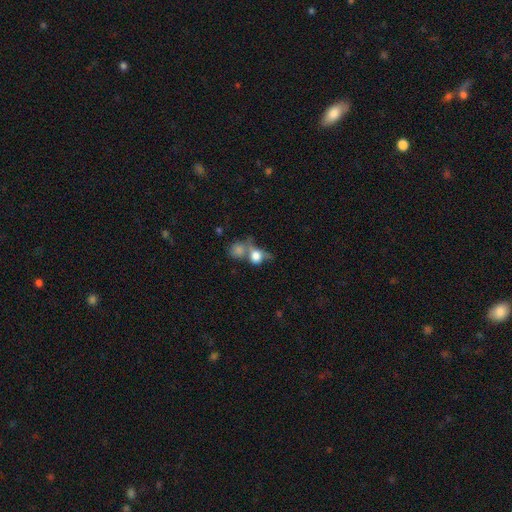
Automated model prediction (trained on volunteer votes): A smooth galaxy with no disk features (70%) that is round (57%).

Vote fractions:
- Smooth or featured? smooth: 70% / featured or disk: 19% / star or artifact: 11%
- How rounded? round: 57% / in between: 40% / cigar-shaped: 3%
- Merging? merger: 53% / none: 23% / major disturbance: 13% / minor disturbance: 11%